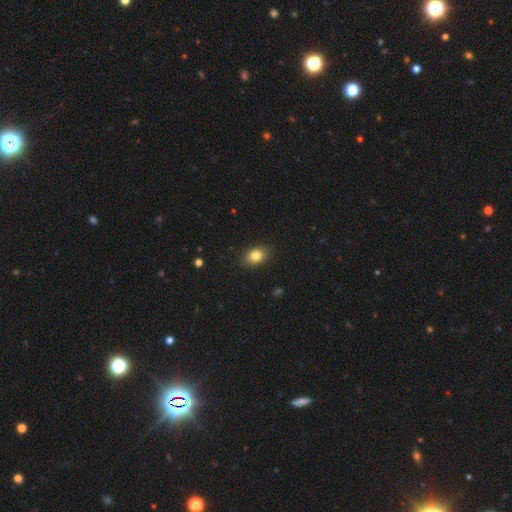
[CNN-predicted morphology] A smooth galaxy with no disk features (82%) that is in between round and cigar-shaped (74%). Merging: none (87%).